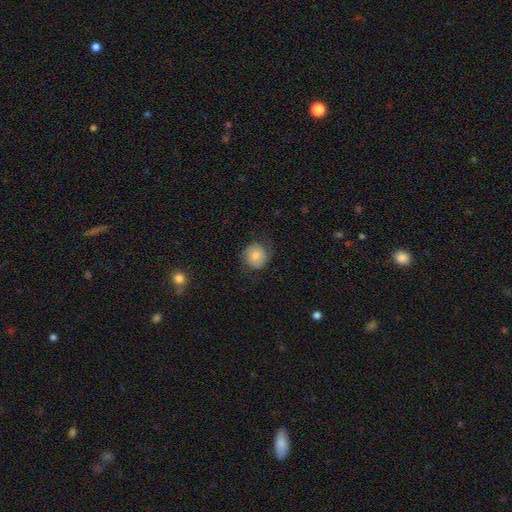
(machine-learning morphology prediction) Smooth or featured?
  - smooth: 70% *
  - featured or disk: 22%
  - star or artifact: 8%
How rounded?
  - round: 89% *
  - in between: 10%
  - cigar-shaped: 1%
Merging?
  - none: 74% *
  - minor disturbance: 18%
  - major disturbance: 7%
  - merger: 1%